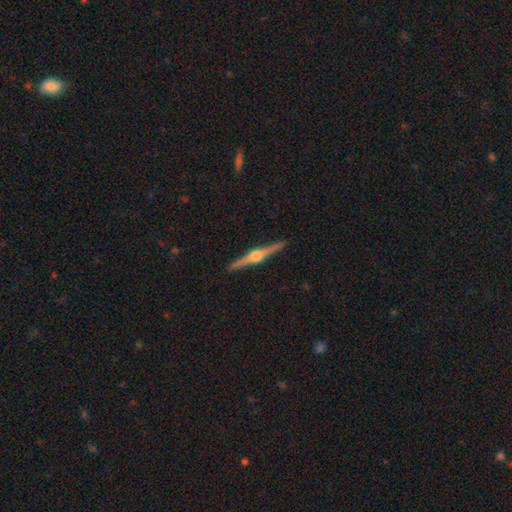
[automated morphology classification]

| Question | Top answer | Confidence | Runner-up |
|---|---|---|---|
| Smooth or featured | featured or disk | 86% | smooth (9%) |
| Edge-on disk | yes | 99% | no (1%) |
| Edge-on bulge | rounded | 95% | boxy (3%) |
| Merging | none | 93% | minor disturbance (5%) |